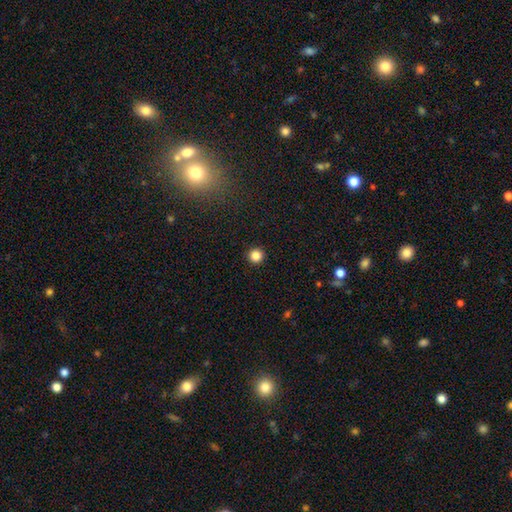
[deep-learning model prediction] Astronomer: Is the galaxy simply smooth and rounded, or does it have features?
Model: smooth — 85%.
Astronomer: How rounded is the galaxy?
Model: round — 96%.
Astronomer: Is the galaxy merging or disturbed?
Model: none — 94%.